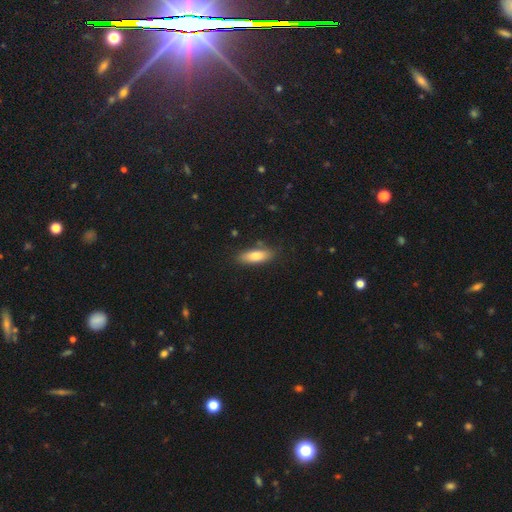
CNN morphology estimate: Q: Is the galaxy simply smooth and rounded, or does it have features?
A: smooth — 79%.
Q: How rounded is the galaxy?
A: in between — 61%.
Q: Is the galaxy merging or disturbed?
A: none — 81%.